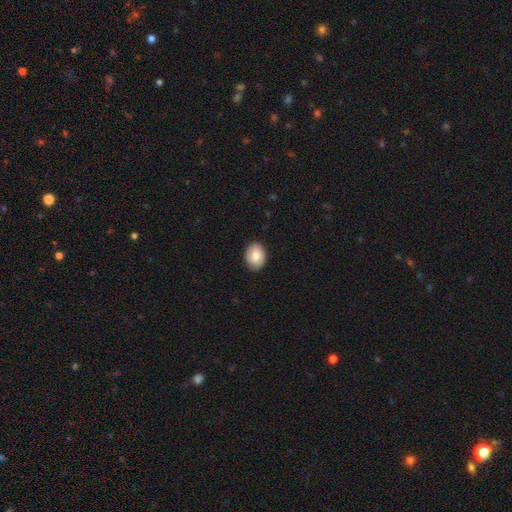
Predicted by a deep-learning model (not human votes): Smooth or featured? Predicted: smooth (p=0.77). How rounded? Predicted: in between (p=0.67). Merging? Predicted: none (p=0.88).